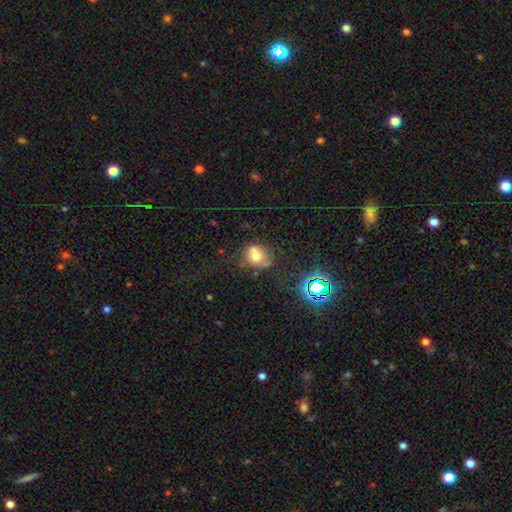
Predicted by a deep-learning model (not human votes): The model was most divided on "how rounded": round: 59%, in between: 39%, cigar-shaped: 1%. More confident: smooth or featured — smooth (61%); merging — none (52%).